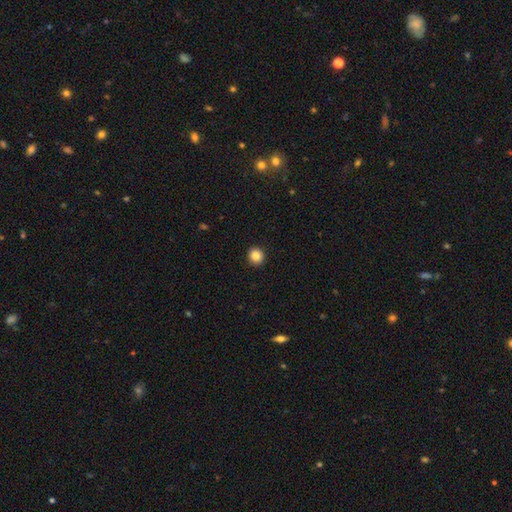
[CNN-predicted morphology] This is clearly a smooth galaxy (85%). How rounded: clearly round (91%). Merging: clearly none (93%).